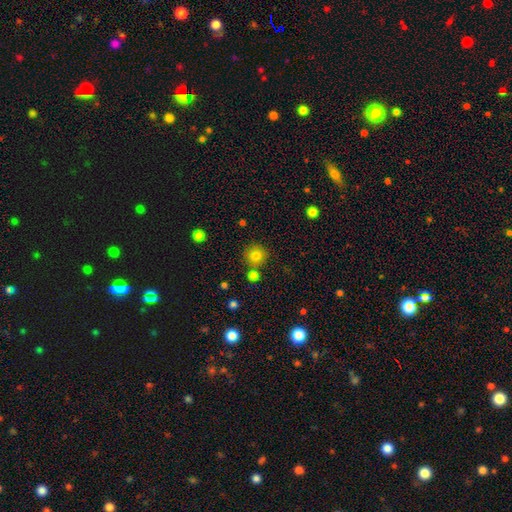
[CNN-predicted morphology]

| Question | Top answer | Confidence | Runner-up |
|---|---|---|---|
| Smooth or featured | smooth | 80% | star or artifact (13%) |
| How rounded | round | 93% | in between (6%) |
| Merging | none | 80% | merger (10%) |